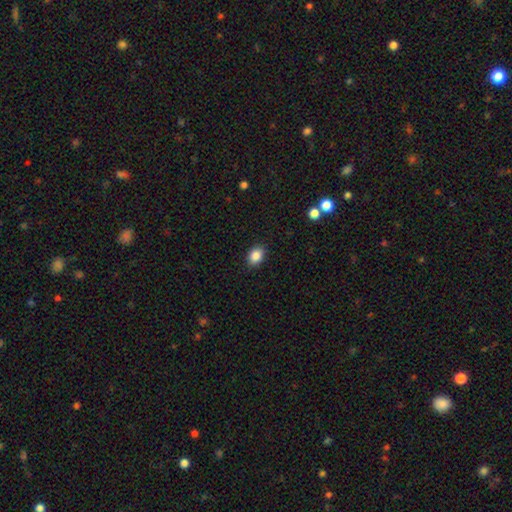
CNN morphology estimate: A smooth galaxy with no disk features (87%) that is in between round and cigar-shaped (67%).

Vote fractions:
- Smooth or featured? smooth: 87% / star or artifact: 9% / featured or disk: 4%
- How rounded? in between: 67% / round: 32% / cigar-shaped: 1%
- Merging? none: 89% / minor disturbance: 8% / major disturbance: 2% / merger: 1%